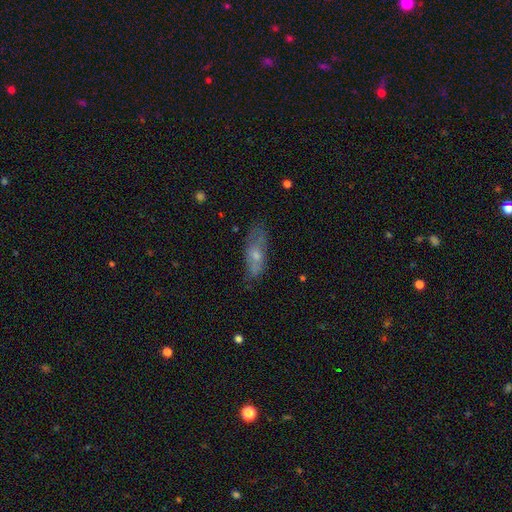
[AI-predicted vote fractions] This appears to be a featured or disk galaxy (46%). Merging: none (67%).